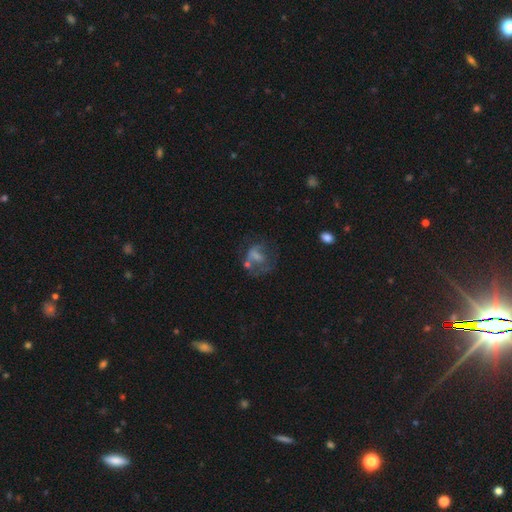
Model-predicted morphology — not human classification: smooth_or_featured: featured or disk (p=0.46) [alt: smooth p=0.41]
merging: major disturbance (p=0.37) [alt: none p=0.30]